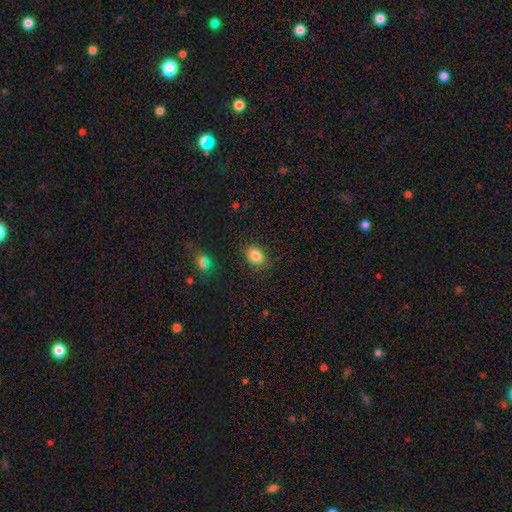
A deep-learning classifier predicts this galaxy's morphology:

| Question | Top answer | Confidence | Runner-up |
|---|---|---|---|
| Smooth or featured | smooth | 82% | star or artifact (11%) |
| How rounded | in between | 66% | round (33%) |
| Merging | none | 83% | minor disturbance (12%) |